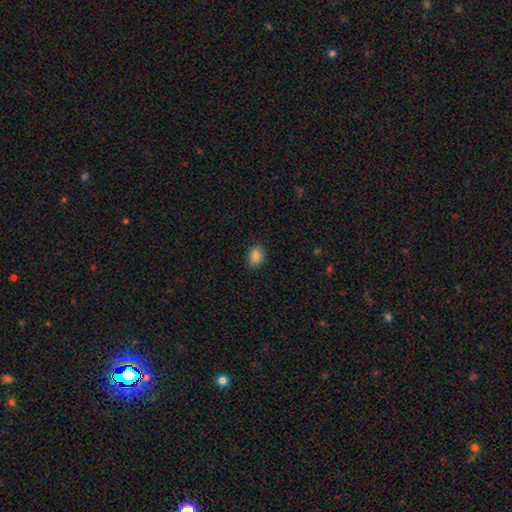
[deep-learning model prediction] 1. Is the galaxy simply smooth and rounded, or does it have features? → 87% smooth, 9% star or artifact, 4% featured or disk.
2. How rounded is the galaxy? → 71% in between, 28% round, 1% cigar-shaped.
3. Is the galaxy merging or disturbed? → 85% none, 11% minor disturbance, 2% major disturbance, 1% merger.